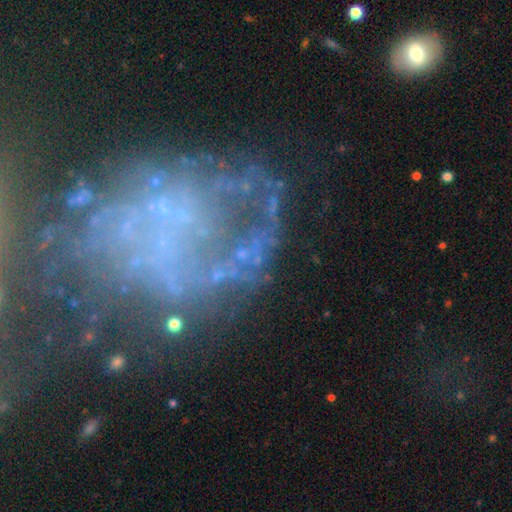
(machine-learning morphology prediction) This appears to be a featured or disk galaxy (50%). Merging: none (57%).